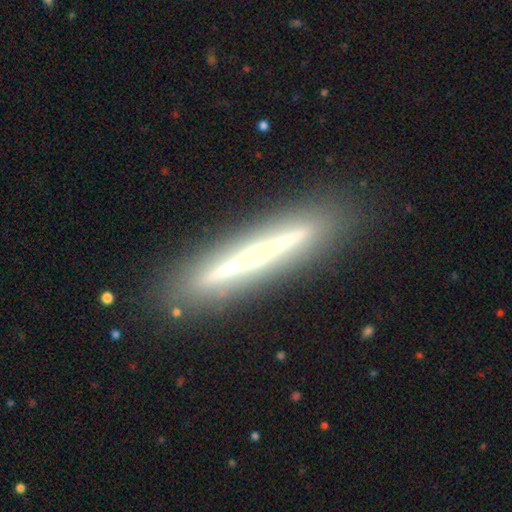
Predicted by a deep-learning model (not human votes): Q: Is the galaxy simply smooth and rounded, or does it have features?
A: featured or disk — 79%.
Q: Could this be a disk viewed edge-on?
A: yes — 96%.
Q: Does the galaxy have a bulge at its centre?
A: rounded — 52%.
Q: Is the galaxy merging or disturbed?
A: none — 88%.